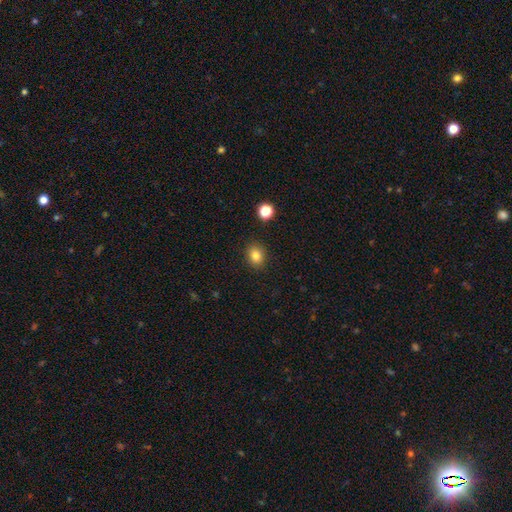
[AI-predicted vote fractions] smooth_or_featured: smooth (p=0.82) [alt: star or artifact p=0.12]
how_rounded: round (p=0.56) [alt: in between p=0.43]
merging: none (p=0.88) [alt: minor disturbance p=0.08]